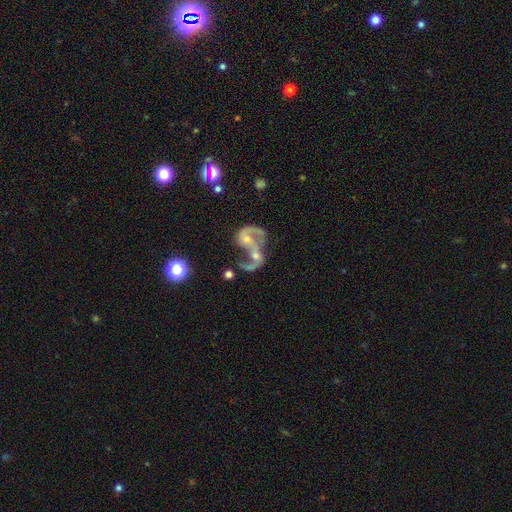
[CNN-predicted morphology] Q: Smooth or featured?
A: featured or disk (77%); runner-up: smooth (14%)
Q: Edge-on disk?
A: no (98%); runner-up: yes (2%)
Q: Bar?
A: no (59%); runner-up: weak (31%)
Q: Spiral arms?
A: yes (79%); runner-up: no (21%)
Q: Spiral winding?
A: loose (66%); runner-up: medium (28%)
Q: Spiral arm count?
A: 2 (67%); runner-up: 1 (21%)
Q: Bulge size?
A: small (40%); runner-up: moderate (36%)
Q: Merging?
A: merger (57%); runner-up: major disturbance (19%)